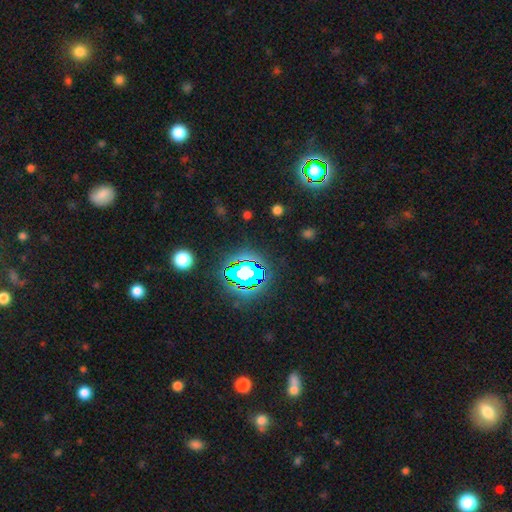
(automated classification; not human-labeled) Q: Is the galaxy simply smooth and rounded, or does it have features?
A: star or artifact — 80%.